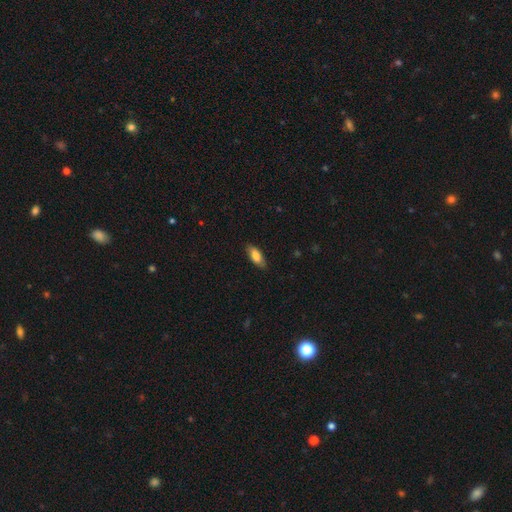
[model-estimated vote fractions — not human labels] Morphology: type=smooth (81%); roundness=in between (79%); merging=none (83%).